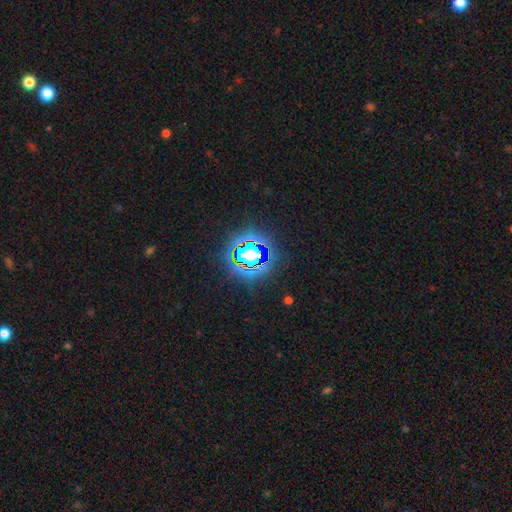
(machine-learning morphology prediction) Smooth or featured: star or artifact — 76% (smooth — 14%)